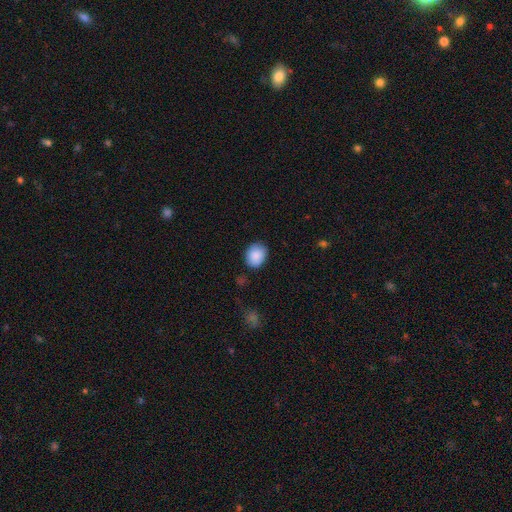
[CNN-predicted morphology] A smooth galaxy with no disk features (88%) that is round (52%). Merging: none (79%).